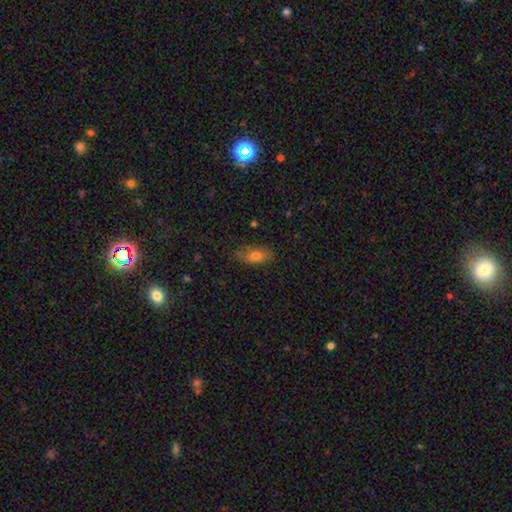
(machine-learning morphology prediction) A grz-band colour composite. It shows a smooth galaxy with no disk features (73%) that is in between round and cigar-shaped (83%). Merging: none (79%).